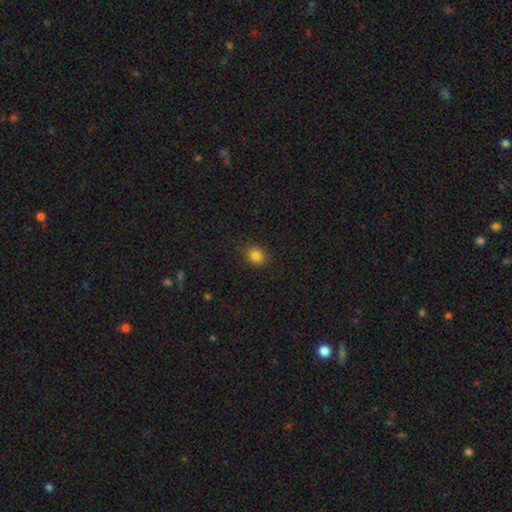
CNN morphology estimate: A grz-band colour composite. It shows a smooth galaxy with no disk features (85%) that is in between round and cigar-shaped (52%). Merging: none (86%).